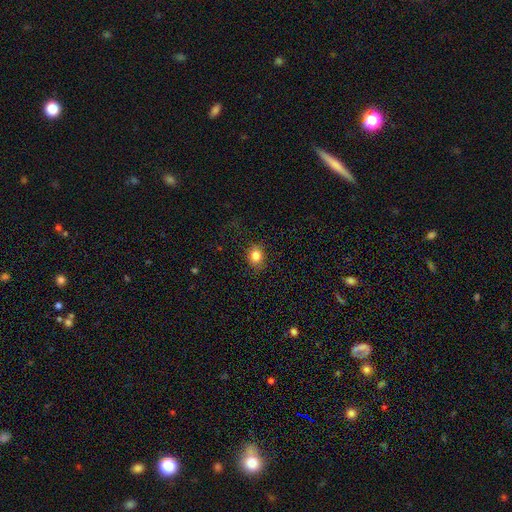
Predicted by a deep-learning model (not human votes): smooth 82%, star or artifact 11%, featured or disk 7%. Down the decision tree: how rounded — round (60%); merging — none (83%).